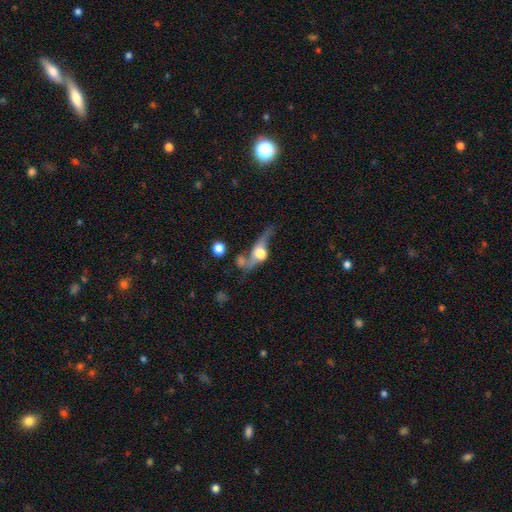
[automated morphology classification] type=featured or disk (65%); edge-on=no (61%); merging=none (35%).